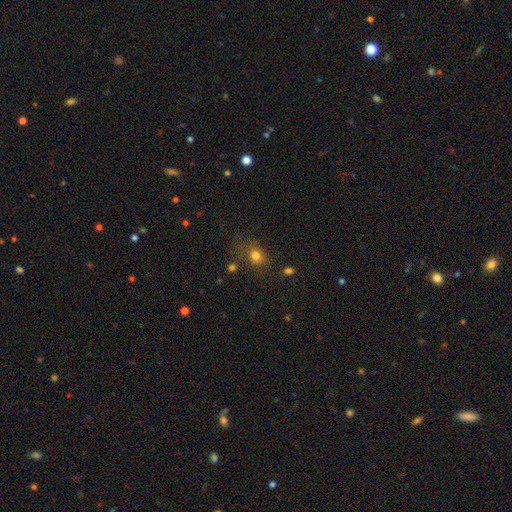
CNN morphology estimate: smooth 76%, star or artifact 15%, featured or disk 9%. Down the decision tree: how rounded — round (57%); merging — none (65%).